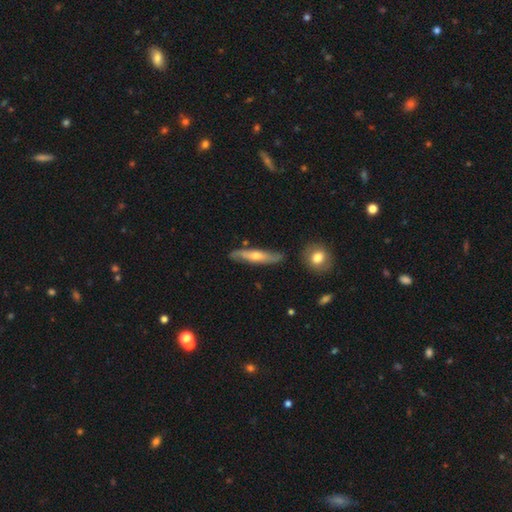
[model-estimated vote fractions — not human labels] featured or disk 59%, smooth 34%, star or artifact 7%. Down the decision tree: edge-on disk — yes (79%); merging — none (81%).